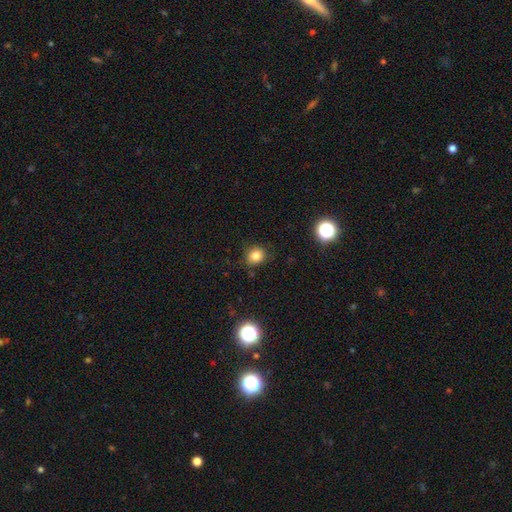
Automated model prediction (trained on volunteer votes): A smooth galaxy with no disk features (81%) that is round (79%).

Vote fractions:
- Smooth or featured? smooth: 81% / star or artifact: 13% / featured or disk: 5%
- How rounded? round: 79% / in between: 20% / cigar-shaped: 1%
- Merging? none: 83% / minor disturbance: 12% / major disturbance: 3% / merger: 2%